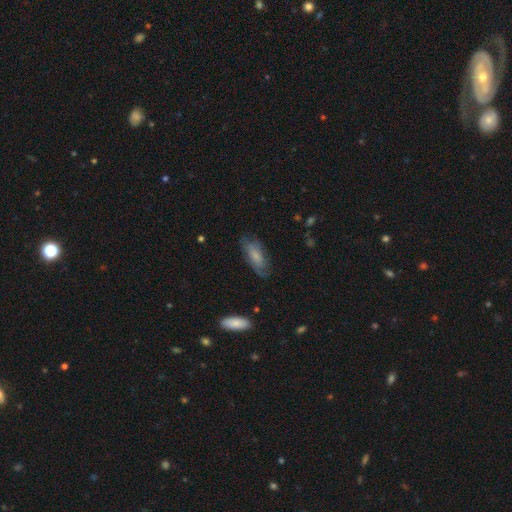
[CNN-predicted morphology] This appears to be a smooth galaxy with no disk features (57%) that is in between round and cigar-shaped (75%). Merging: none (64%).